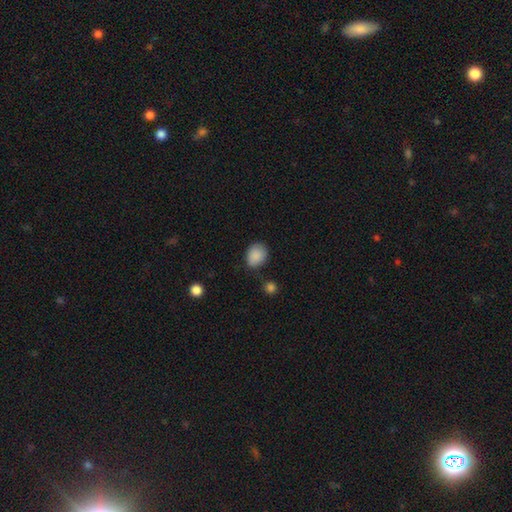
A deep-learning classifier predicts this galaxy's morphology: Smooth or featured? Predicted: smooth (p=0.88). How rounded? Predicted: in between (p=0.52). Merging? Predicted: none (p=0.71).